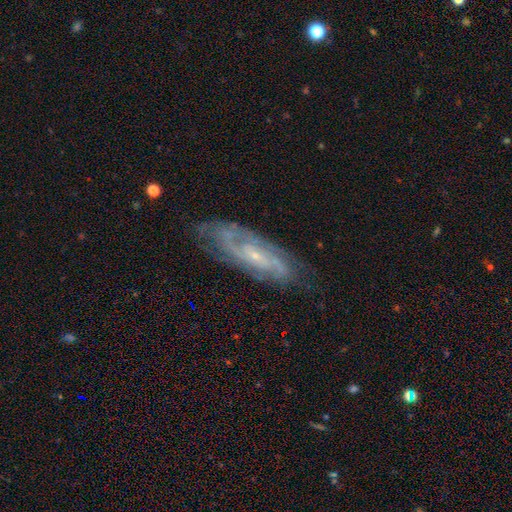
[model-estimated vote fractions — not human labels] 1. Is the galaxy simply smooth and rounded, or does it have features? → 83% featured or disk, 11% smooth, 6% star or artifact.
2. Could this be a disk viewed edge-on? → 87% no, 13% yes.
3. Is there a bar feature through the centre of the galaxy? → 53% no, 35% weak, 12% strong.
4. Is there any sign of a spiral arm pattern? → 94% yes, 6% no.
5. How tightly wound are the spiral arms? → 43% tight, 42% medium, 15% loose.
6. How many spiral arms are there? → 46% 2, 29% can't tell, 12% 3, 5% 4, 4% 1, 4% more than 4.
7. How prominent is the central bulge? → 80% small, 15% moderate, 3% none, 1% large, 1% dominant.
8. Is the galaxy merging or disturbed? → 74% none, 19% minor disturbance, 6% major disturbance, 2% merger.